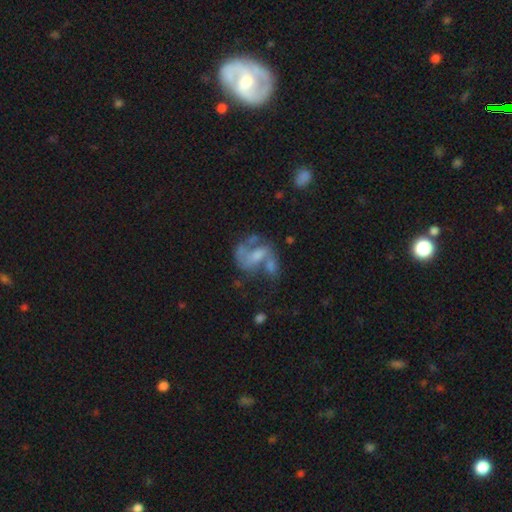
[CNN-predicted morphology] type=featured or disk (67%); edge-on=no (97%); bar=no (49%); spiral arms=yes (67%); bulge=moderate (35%); merging=merger (30%).